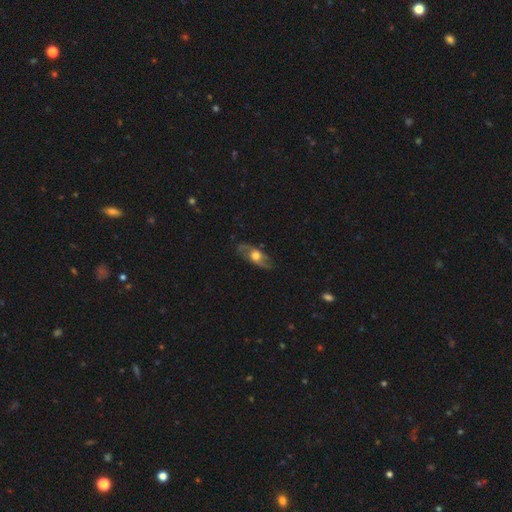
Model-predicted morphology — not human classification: Smooth or featured? featured or disk (57%)
Edge-on disk? no (66%)
Merging? none (77%)